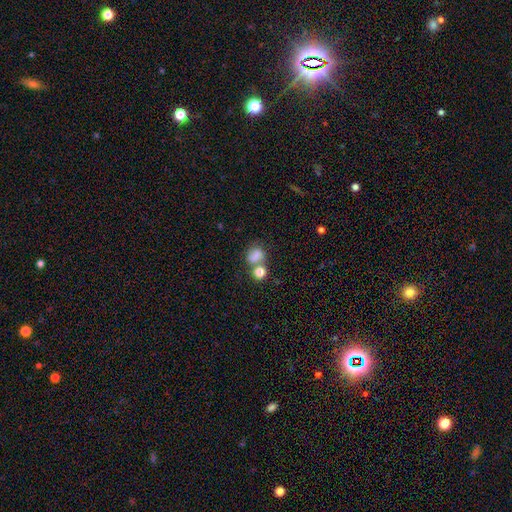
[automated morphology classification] type=smooth (76%); roundness=round (52%); merging=merger (50%).